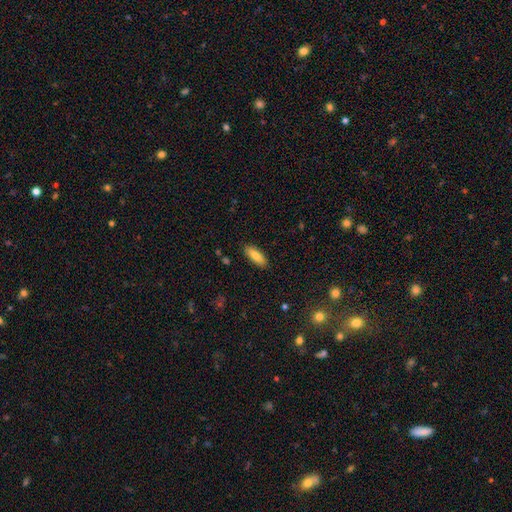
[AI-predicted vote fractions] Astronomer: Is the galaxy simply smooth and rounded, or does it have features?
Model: smooth — 82%.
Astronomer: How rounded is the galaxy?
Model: in between — 68%.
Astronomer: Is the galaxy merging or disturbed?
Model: none — 89%.